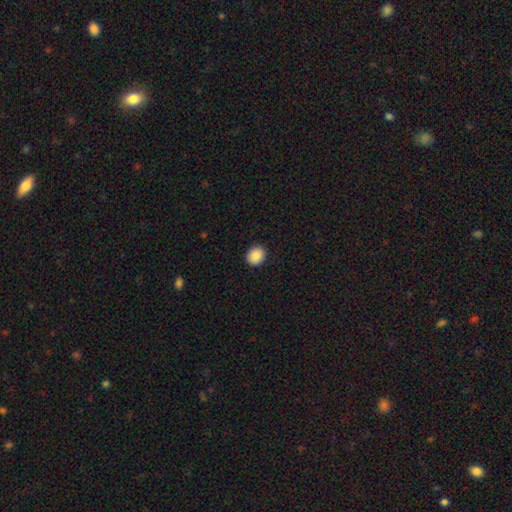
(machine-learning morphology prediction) smooth-or-featured: smooth: 89% | star or artifact: 8% | featured or disk: 3%
  how-rounded: round: 70% | in between: 29% | cigar-shaped: 1%
  merging: none: 90% | minor disturbance: 7% | major disturbance: 2% | merger: 1%